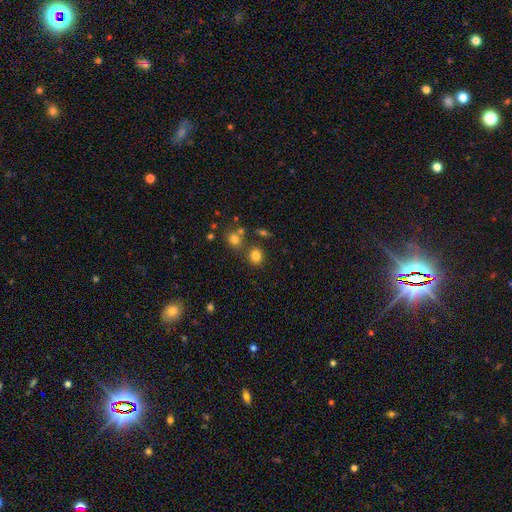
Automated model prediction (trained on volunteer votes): The model was most divided on "how rounded": round: 75%, in between: 24%, cigar-shaped: 1%. More confident: smooth or featured — smooth (81%); merging — none (74%).